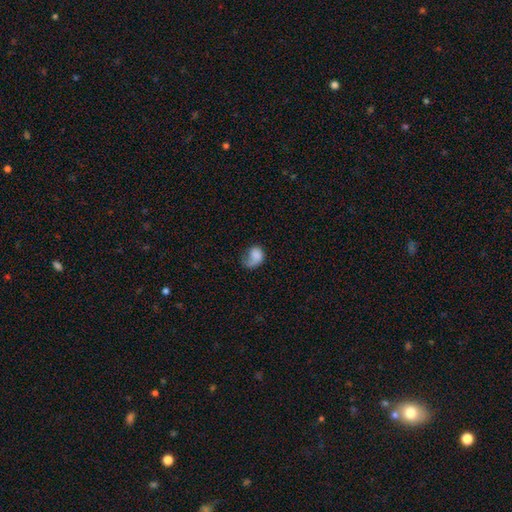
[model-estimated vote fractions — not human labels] This is likely a smooth galaxy (66%). How rounded: likely in between (64%). Merging: marginally major disturbance (43%).